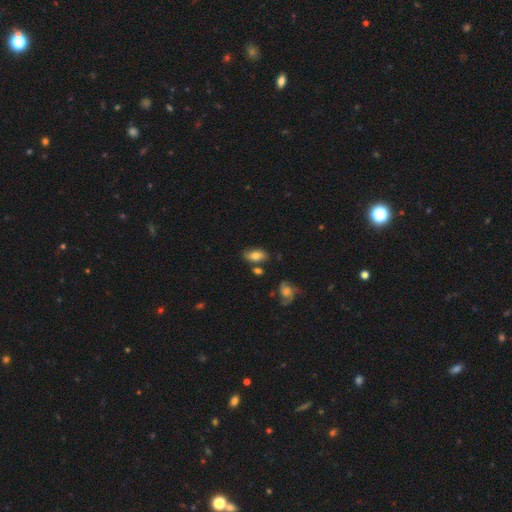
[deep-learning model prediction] A smooth galaxy with no disk features (73%) that is in between round and cigar-shaped (89%).

Vote fractions:
- Smooth or featured? smooth: 73% / featured or disk: 18% / star or artifact: 8%
- How rounded? in between: 89% / round: 7% / cigar-shaped: 5%
- Merging? none: 70% / minor disturbance: 17% / merger: 9% / major disturbance: 4%